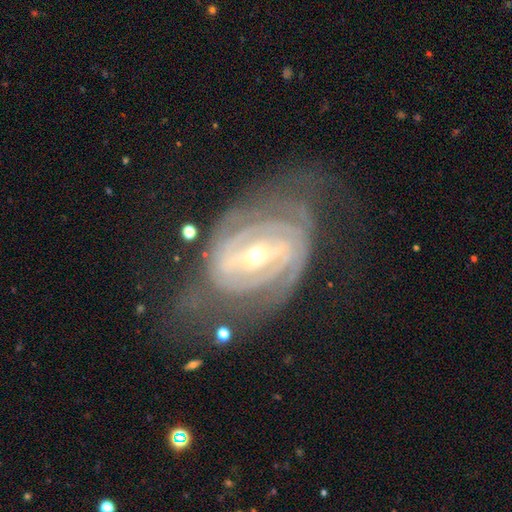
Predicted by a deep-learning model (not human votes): This is clearly a featured or disk galaxy (90%). It is clearly not viewed edge-on (96%). Bar: possibly strong (53%). Spiral arm pattern: clearly yes (95%). Spiral arm count: marginally 2 (44%). Spiral winding: likely tight (67%). Central bulge: possibly small (50%). Merging: likely none (60%).